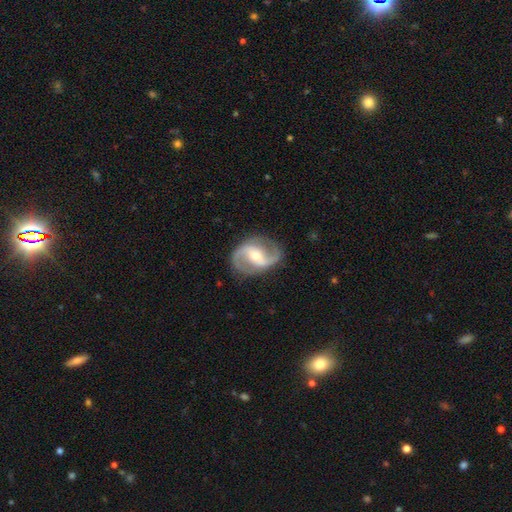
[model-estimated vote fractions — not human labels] The model was most divided on "spiral winding": medium: 47%, loose: 40%, tight: 13%. Remaining: edge-on disk — no (97%); spiral arms — yes (96%); spiral arm count — 2 (94%); smooth or featured — featured or disk (89%); merging — none (85%); bulge size — moderate (61%); bar — weak (42%).